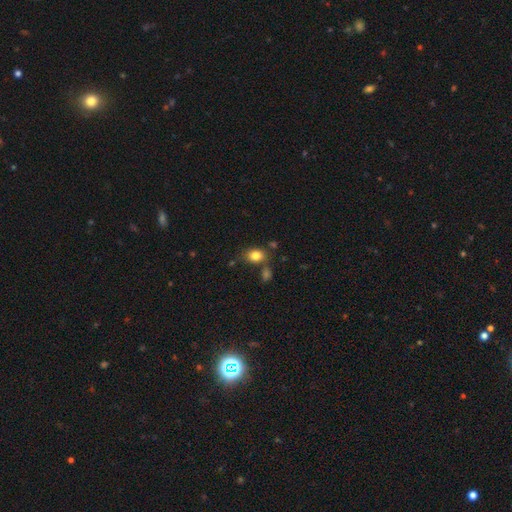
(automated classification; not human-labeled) smooth_or_featured: smooth (p=0.82) [alt: star or artifact p=0.11]
how_rounded: in between (p=0.58) [alt: round p=0.41]
merging: none (p=0.67) [alt: minor disturbance p=0.15]